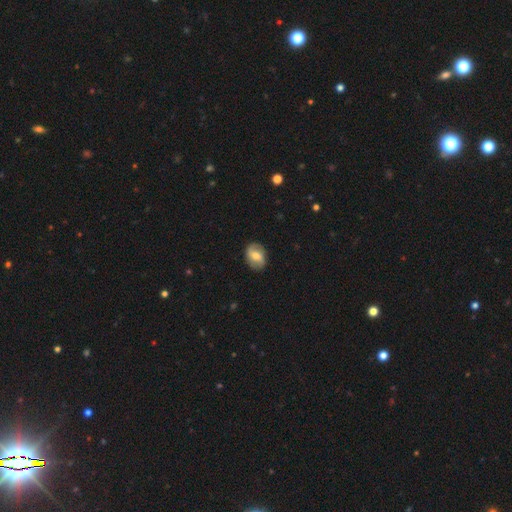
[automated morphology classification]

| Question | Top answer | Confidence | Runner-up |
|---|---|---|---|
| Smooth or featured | featured or disk | 52% | smooth (41%) |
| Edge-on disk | no | 95% | yes (5%) |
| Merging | none | 83% | minor disturbance (12%) |